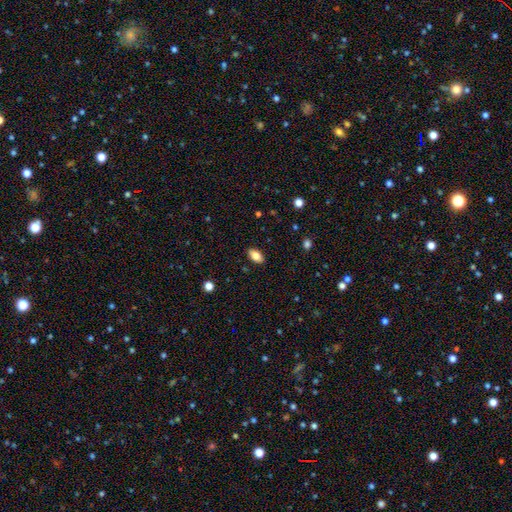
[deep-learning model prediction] This is clearly a smooth galaxy (83%). How rounded: clearly in between (92%). Merging: clearly none (89%).